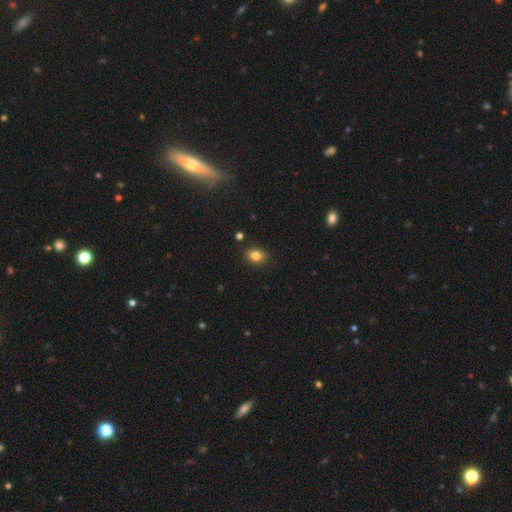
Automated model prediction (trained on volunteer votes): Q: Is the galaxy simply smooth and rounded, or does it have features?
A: smooth — 82%.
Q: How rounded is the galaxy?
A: in between — 61%.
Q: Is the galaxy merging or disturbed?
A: none — 87%.